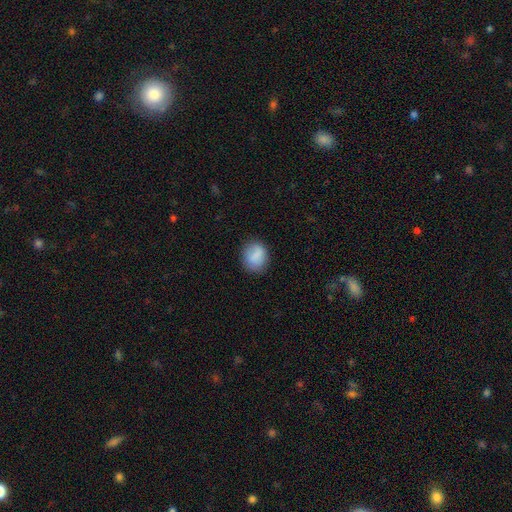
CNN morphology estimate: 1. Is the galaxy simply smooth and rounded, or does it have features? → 84% smooth, 8% featured or disk, 8% star or artifact.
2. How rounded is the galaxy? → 62% round, 37% in between, 1% cigar-shaped.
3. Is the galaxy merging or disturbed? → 79% none, 15% minor disturbance, 4% major disturbance, 1% merger.